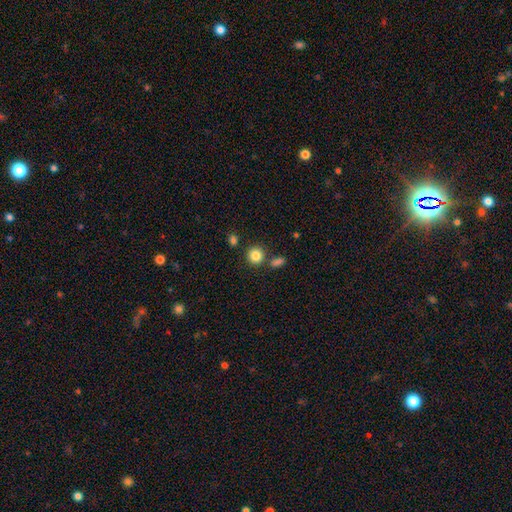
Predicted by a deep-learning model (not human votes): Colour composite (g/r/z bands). It shows a smooth galaxy with no disk features (85%) that is round (89%). Merging: none (78%).